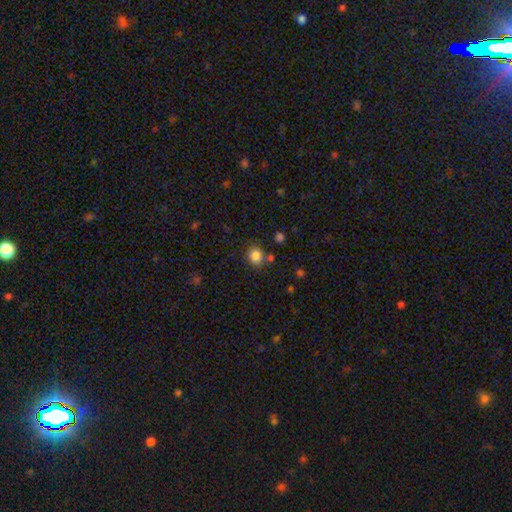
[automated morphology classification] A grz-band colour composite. It shows a smooth galaxy with no disk features (85%) that is round (73%). Merging: none (75%).